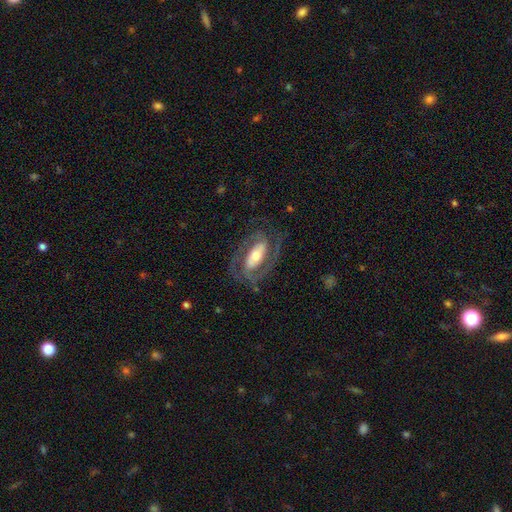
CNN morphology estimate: A featured or disk galaxy (84%) with a strong bar (47%), 2 (86%) medium (45%) spiral arms (92%) and a moderate central bulge (52%). Merging: none (74%).